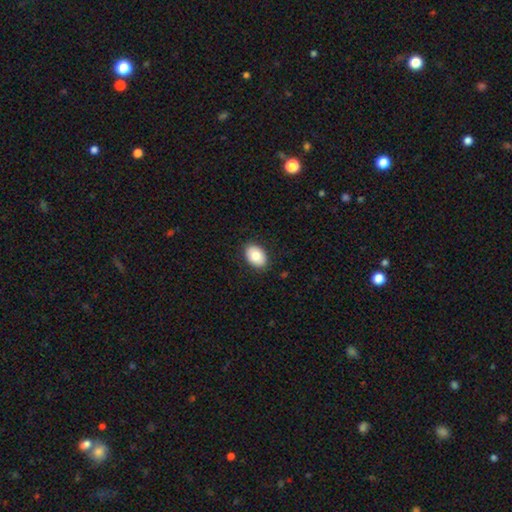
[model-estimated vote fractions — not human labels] Smooth or featured? smooth (81%)
How rounded? in between (83%)
Merging? none (88%)